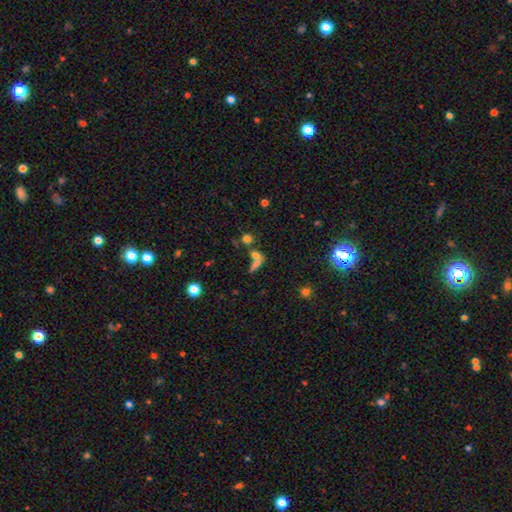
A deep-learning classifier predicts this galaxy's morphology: smooth 62%, star or artifact 19%, featured or disk 19%. Down the decision tree: how rounded — round (45%); merging — merger (45%).